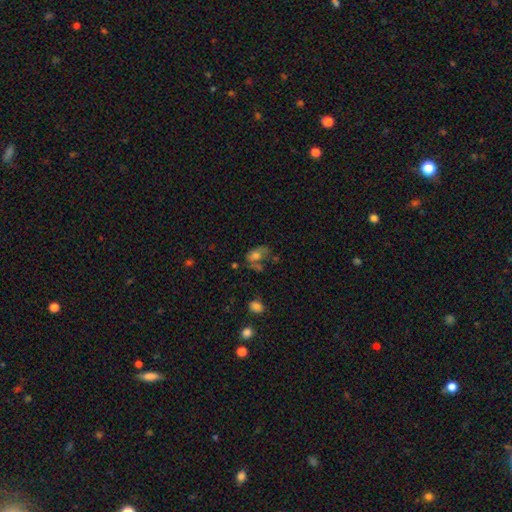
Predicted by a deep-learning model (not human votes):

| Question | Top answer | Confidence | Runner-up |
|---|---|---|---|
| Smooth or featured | smooth | 57% | featured or disk (30%) |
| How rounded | in between | 78% | round (20%) |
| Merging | none | 31% | major disturbance (25%) |